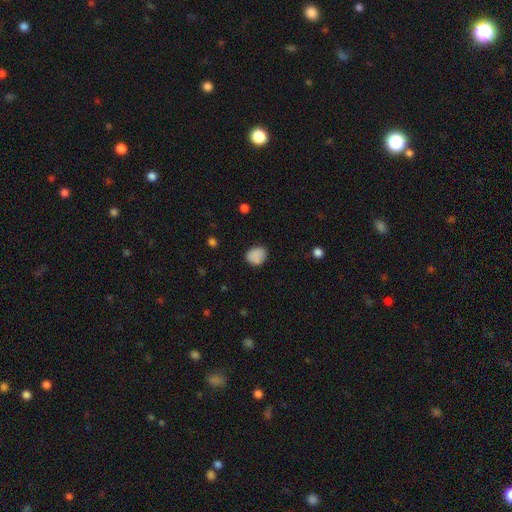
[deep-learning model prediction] smooth_or_featured: smooth (p=0.86) [alt: star or artifact p=0.09]
how_rounded: round (p=0.53) [alt: in between p=0.47]
merging: none (p=0.77) [alt: minor disturbance p=0.17]